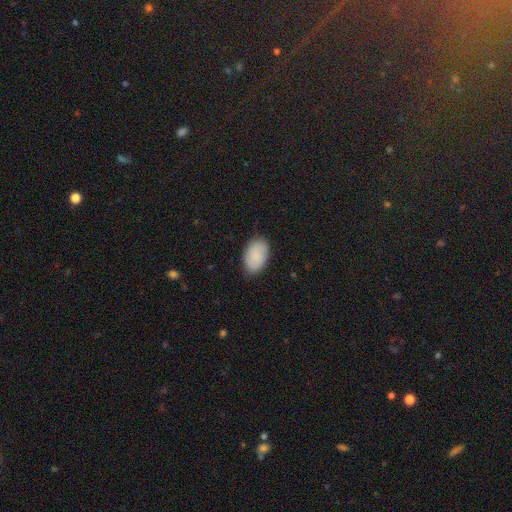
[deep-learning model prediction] Smooth or featured? Predicted: smooth (p=0.87). How rounded? Predicted: in between (p=0.93). Merging? Predicted: none (p=0.86).